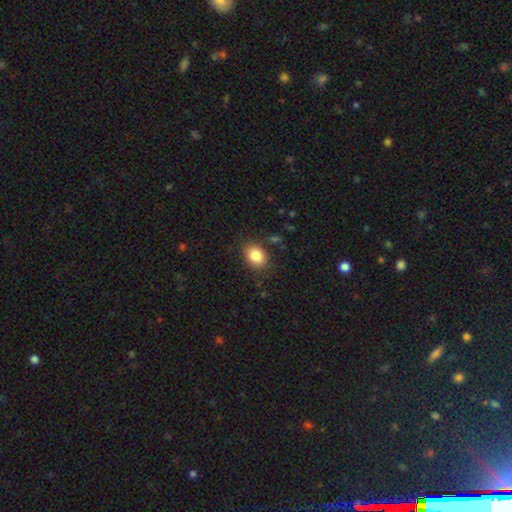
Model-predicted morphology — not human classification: Smooth or featured?
  - smooth: 85% *
  - star or artifact: 9%
  - featured or disk: 6%
How rounded?
  - in between: 65% *
  - round: 34%
  - cigar-shaped: 1%
Merging?
  - none: 83% *
  - minor disturbance: 11%
  - major disturbance: 3%
  - merger: 2%